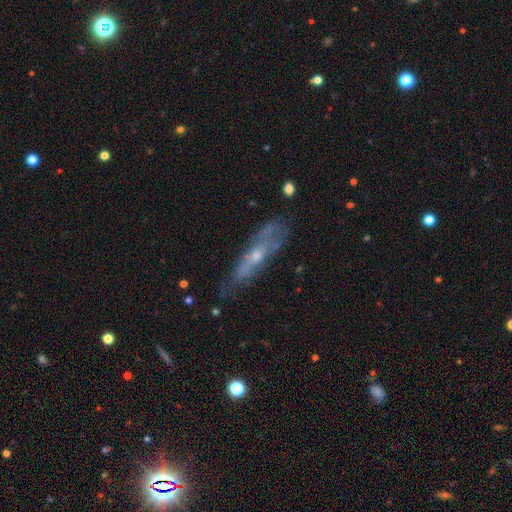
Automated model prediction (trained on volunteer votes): A featured or disk galaxy (61%). Merging: none (60%).